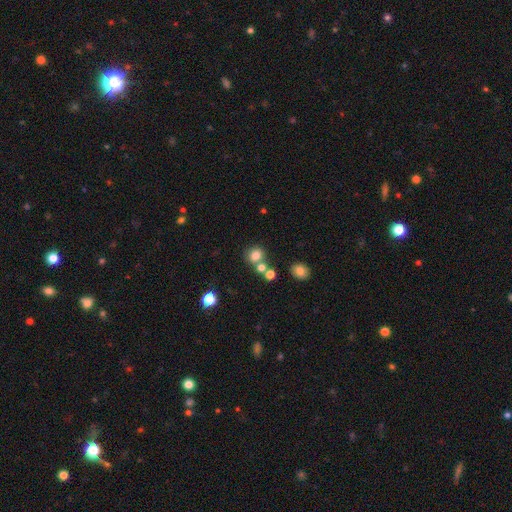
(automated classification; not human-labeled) Smooth or featured? Predicted: smooth (p=0.78). How rounded? Predicted: round (p=0.77). Merging? Predicted: none (p=0.61).